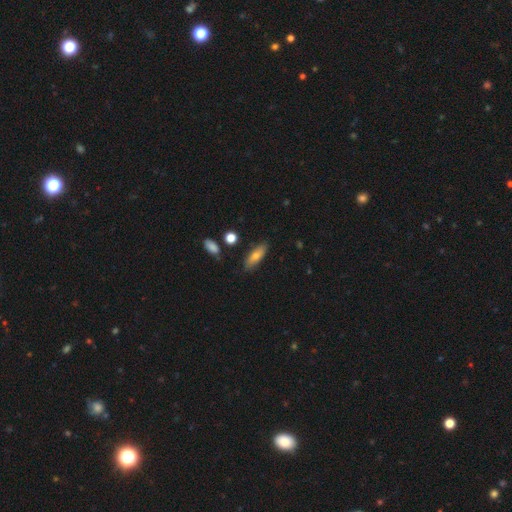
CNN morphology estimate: type=smooth (68%); roundness=in between (59%); merging=none (82%).